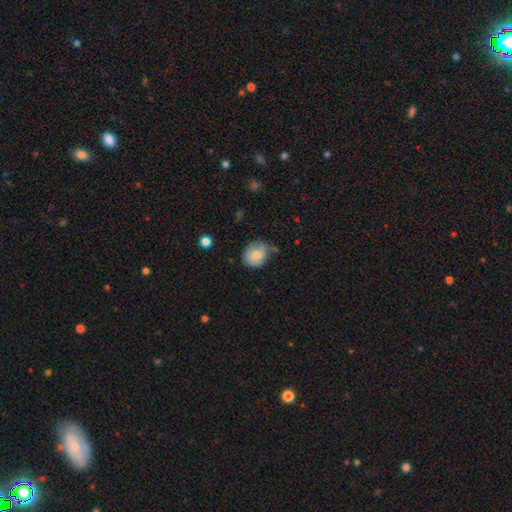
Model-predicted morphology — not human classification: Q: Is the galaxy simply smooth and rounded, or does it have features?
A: smooth — 76%.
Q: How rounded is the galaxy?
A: round — 57%.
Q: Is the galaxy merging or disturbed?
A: none — 61%.